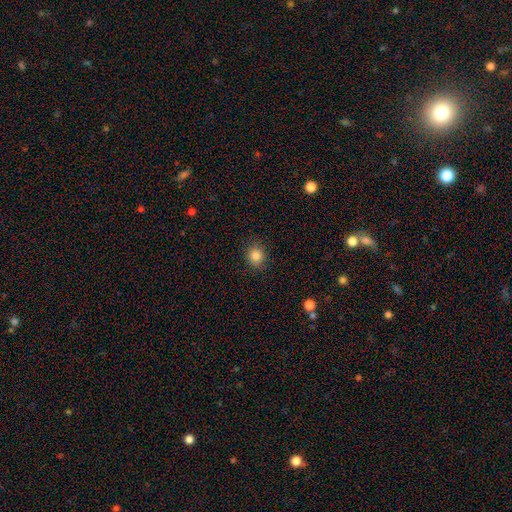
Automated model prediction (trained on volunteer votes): Overall: smooth (85%). How rounded: round (74%). Merging: none (88%).